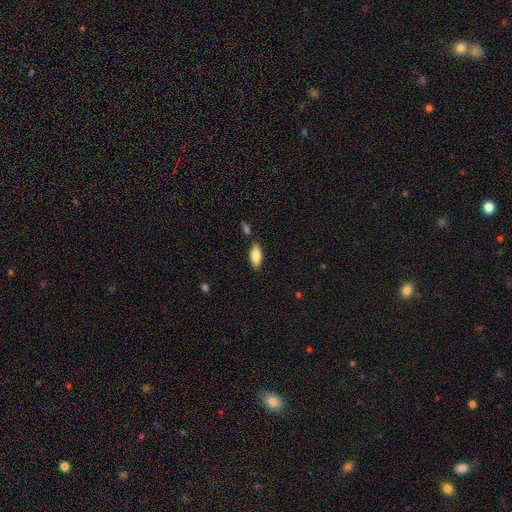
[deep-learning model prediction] This appears to be a smooth galaxy with no disk features (83%) that is in between round and cigar-shaped (84%). Merging: none (83%).